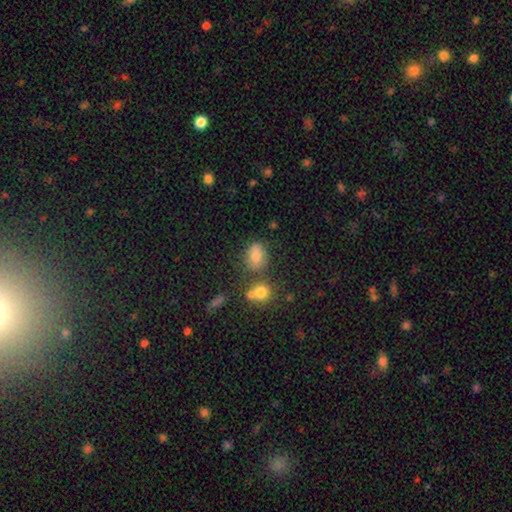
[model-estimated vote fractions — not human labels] Smooth or featured?
  - smooth: 74% *
  - star or artifact: 14%
  - featured or disk: 12%
How rounded?
  - in between: 65% *
  - round: 33%
  - cigar-shaped: 2%
Merging?
  - none: 65% *
  - minor disturbance: 17%
  - merger: 12%
  - major disturbance: 6%